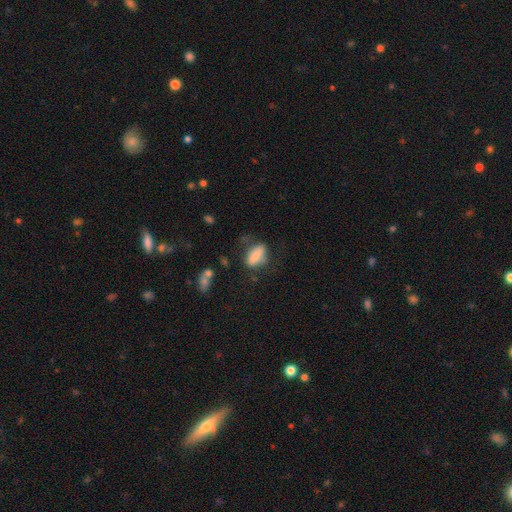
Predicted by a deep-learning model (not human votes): Smooth or featured? smooth (79%)
How rounded? in between (81%)
Merging? none (56%)